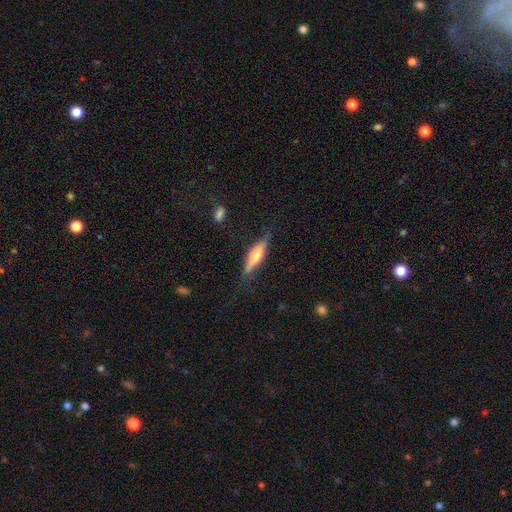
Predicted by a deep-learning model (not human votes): A featured or disk galaxy (63%) viewed edge-on (95%) with a rounded central bulge (87%). Merging: none (79%).